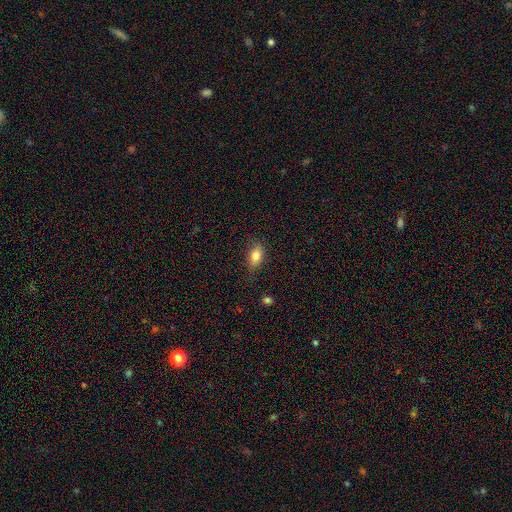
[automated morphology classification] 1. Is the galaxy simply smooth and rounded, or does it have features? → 81% smooth, 10% featured or disk, 9% star or artifact.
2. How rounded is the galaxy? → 85% in between, 9% round, 5% cigar-shaped.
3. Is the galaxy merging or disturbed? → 74% none, 20% minor disturbance, 5% major disturbance, 1% merger.